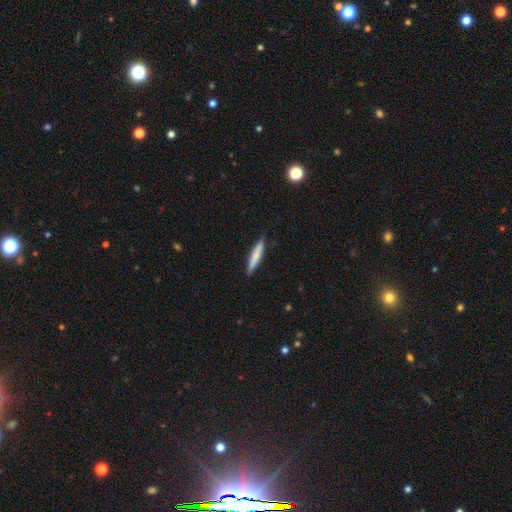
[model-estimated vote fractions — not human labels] Smooth or featured? Predicted: smooth (p=0.74). How rounded? Predicted: cigar-shaped (p=0.92). Merging? Predicted: none (p=0.89).